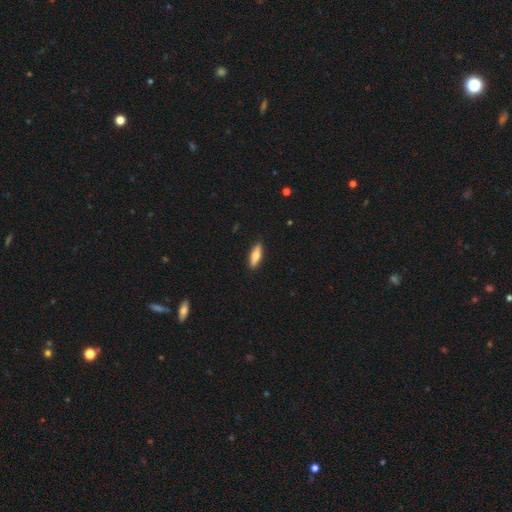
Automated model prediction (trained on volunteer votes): Overall: smooth (68%). How rounded: cigar-shaped (50%; in between 48%). Merging: none (89%).